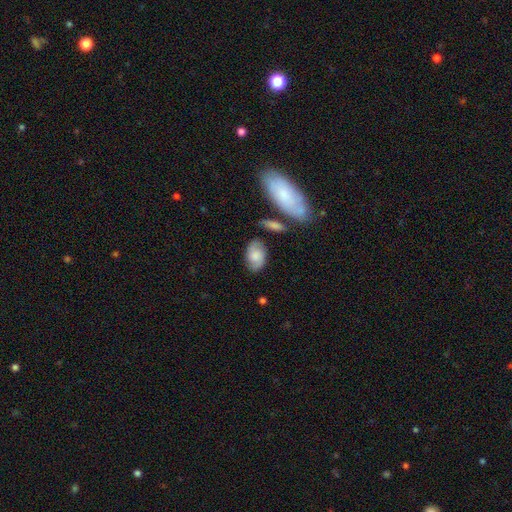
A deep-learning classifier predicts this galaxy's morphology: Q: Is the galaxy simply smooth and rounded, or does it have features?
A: smooth — 60%.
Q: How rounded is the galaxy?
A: in between — 88%.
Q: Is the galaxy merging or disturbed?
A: none — 71%.